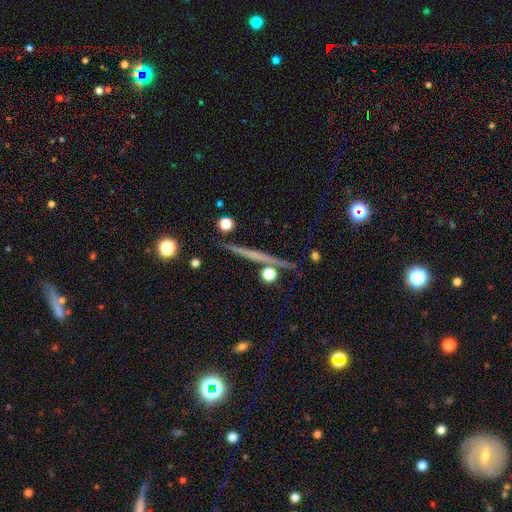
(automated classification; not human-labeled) The model was most divided on "smooth or featured": featured or disk: 66%, smooth: 25%, star or artifact: 9%. More confident: edge-on disk — yes (97%); merging — none (89%); edge-on bulge — none (75%).